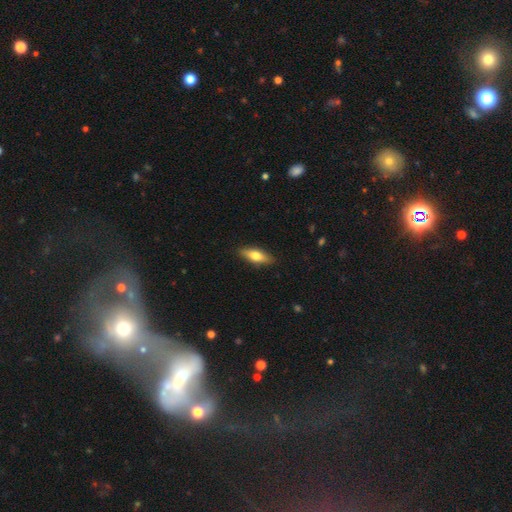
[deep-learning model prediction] Q: Smooth or featured?
A: smooth (67%); runner-up: featured or disk (27%)
Q: How rounded?
A: in between (61%); runner-up: cigar-shaped (36%)
Q: Merging?
A: none (88%); runner-up: minor disturbance (9%)